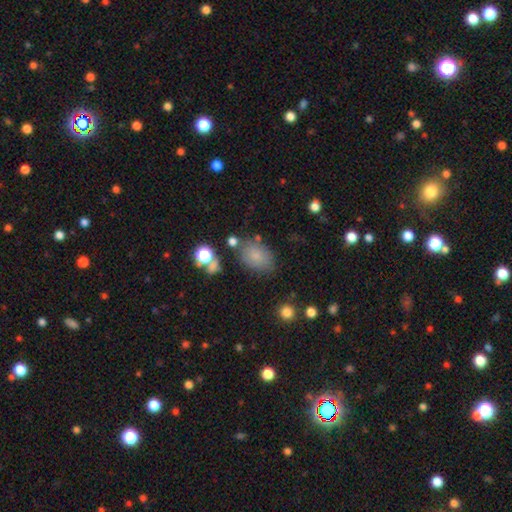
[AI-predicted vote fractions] A smooth galaxy with no disk features (76%) that is in between round and cigar-shaped (76%).

Vote fractions:
- Smooth or featured? smooth: 76% / star or artifact: 13% / featured or disk: 11%
- How rounded? in between: 76% / round: 23% / cigar-shaped: 1%
- Merging? none: 71% / minor disturbance: 16% / merger: 7% / major disturbance: 6%